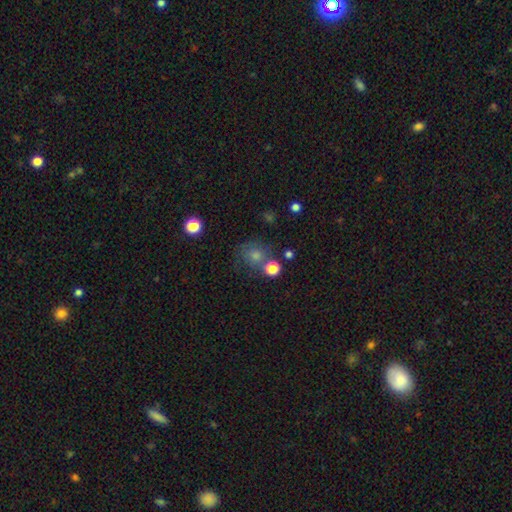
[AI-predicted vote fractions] Smooth or featured: smooth — 55% (star or artifact — 29%)
How rounded: round — 80% (in between — 19%)
Merging: none — 66% (minor disturbance — 15%)